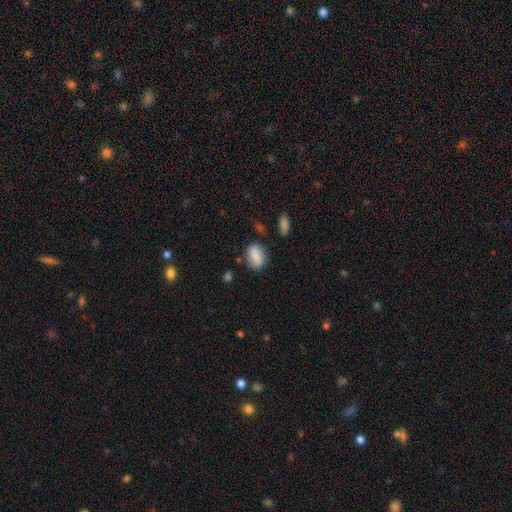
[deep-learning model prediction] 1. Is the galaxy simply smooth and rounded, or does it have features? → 80% smooth, 11% featured or disk, 8% star or artifact.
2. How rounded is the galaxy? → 79% in between, 17% round, 4% cigar-shaped.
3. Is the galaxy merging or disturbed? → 69% none, 20% minor disturbance, 6% major disturbance, 5% merger.